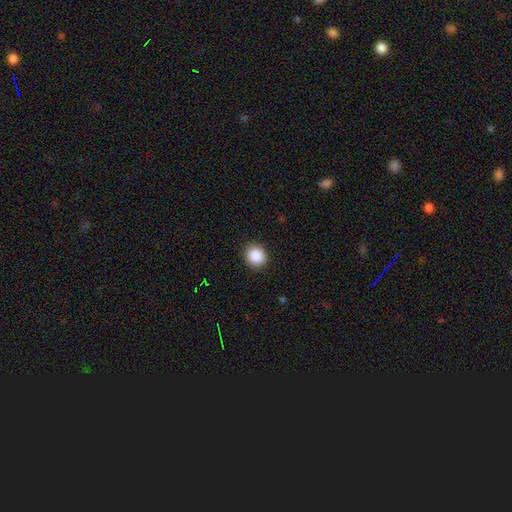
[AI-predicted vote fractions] A smooth galaxy with no disk features (89%) that is round (84%). Merging: none (91%).